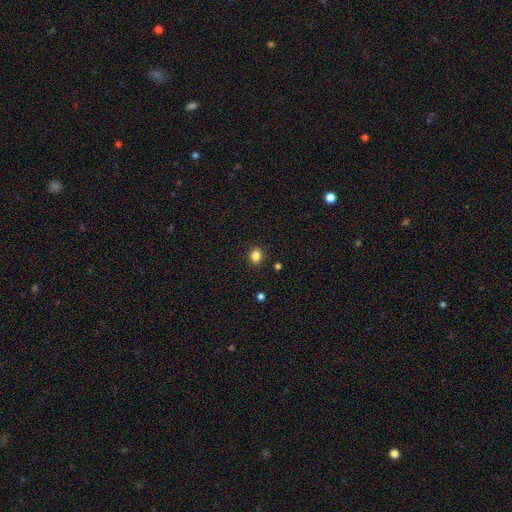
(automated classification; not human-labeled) smooth 84%, star or artifact 12%, featured or disk 4%. Down the decision tree: how rounded — round (63%); merging — none (90%).